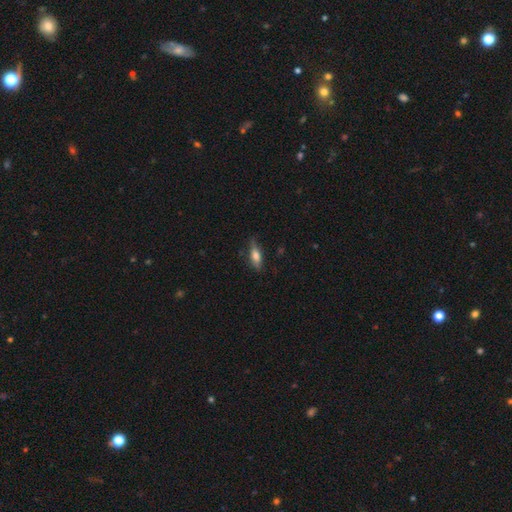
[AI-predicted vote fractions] Morphology: type=smooth (70%); roundness=in between (60%); merging=none (75%).